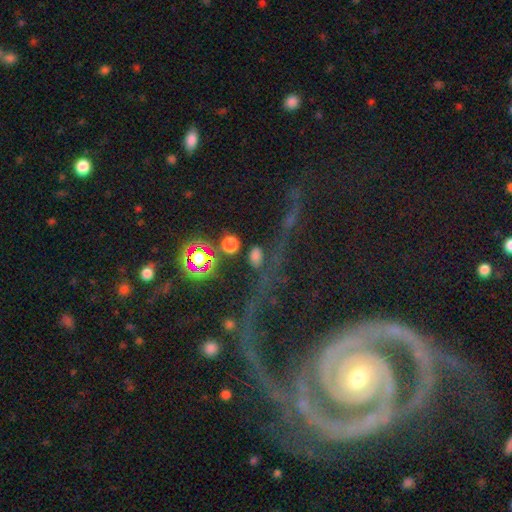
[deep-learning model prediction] Morphology: type=smooth (57%); roundness=round (52%); merging=none (63%).